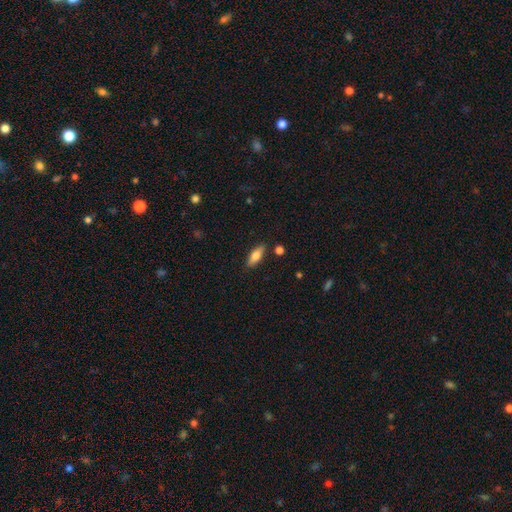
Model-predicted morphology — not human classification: This appears to be a smooth galaxy with no disk features (71%) that is in between round and cigar-shaped (65%). Merging: none (85%).